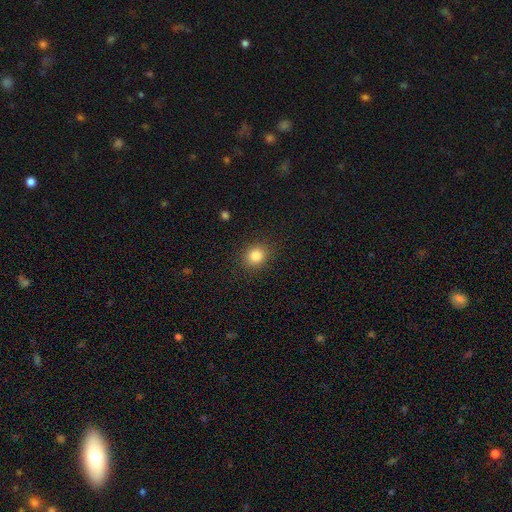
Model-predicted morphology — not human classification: The model was most divided on "how rounded": round: 76%, in between: 23%, cigar-shaped: 1%. More confident: merging — none (89%); smooth or featured — smooth (83%).